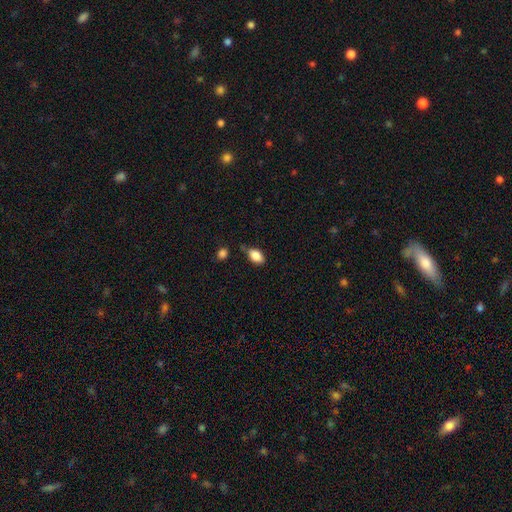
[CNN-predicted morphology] smooth-or-featured: smooth: 87% | star or artifact: 8% | featured or disk: 6%
  how-rounded: in between: 91% | round: 7% | cigar-shaped: 2%
  merging: none: 67% | minor disturbance: 22% | merger: 6% | major disturbance: 4%